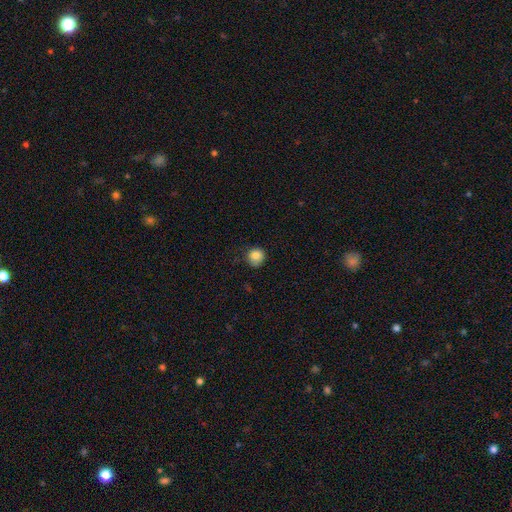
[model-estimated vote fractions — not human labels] This is clearly a smooth galaxy (84%). How rounded: clearly round (87%). Merging: likely none (64%).